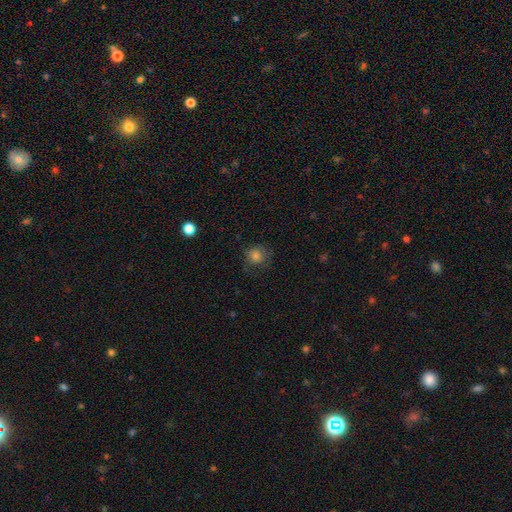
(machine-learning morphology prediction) smooth 73%, star or artifact 14%, featured or disk 13%. Down the decision tree: how rounded — round (80%); merging — none (69%).